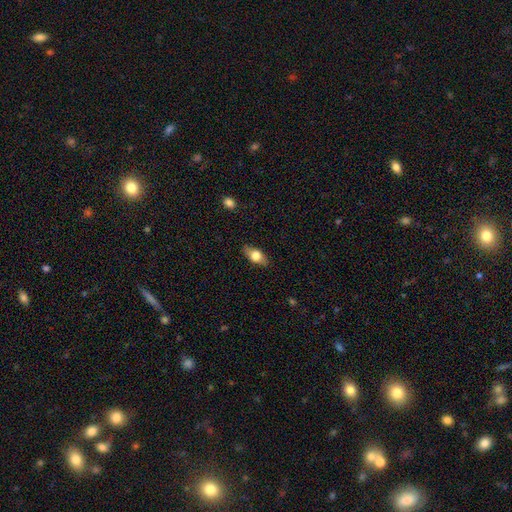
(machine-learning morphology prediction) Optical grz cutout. It shows a smooth galaxy with no disk features (68%) that is in between round and cigar-shaped (82%). Merging: none (84%).